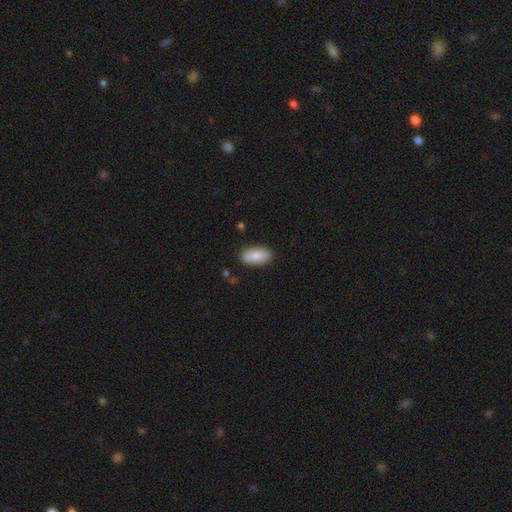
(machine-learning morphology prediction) A smooth galaxy with no disk features (81%) that is in between round and cigar-shaped (92%). Merging: none (86%).